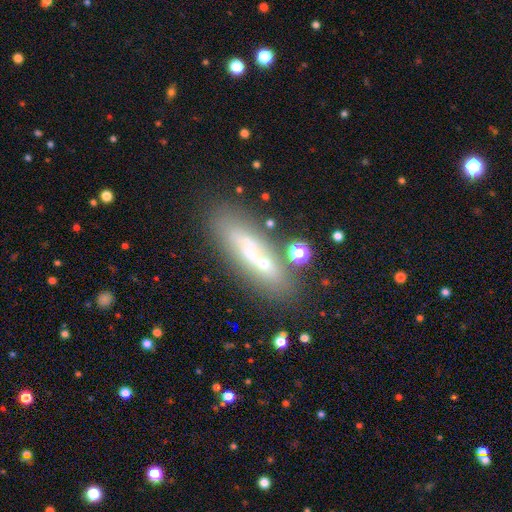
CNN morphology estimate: smooth 43%, featured or disk 42%, star or artifact 15%. Down the decision tree: merging — none (68%).